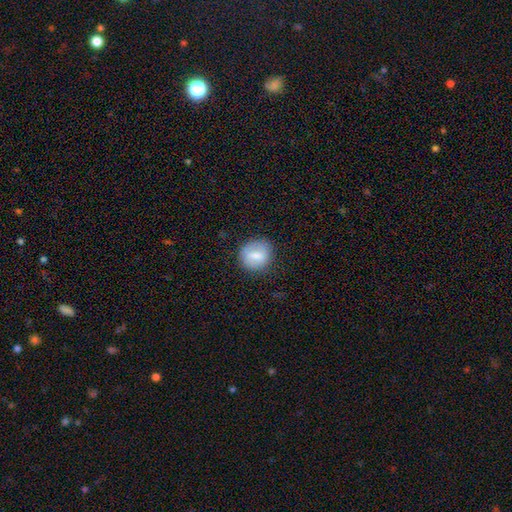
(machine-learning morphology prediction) type=smooth (74%); roundness=round (80%); merging=none (80%).